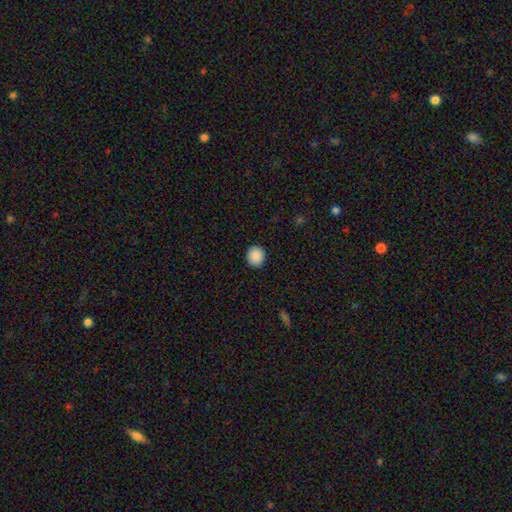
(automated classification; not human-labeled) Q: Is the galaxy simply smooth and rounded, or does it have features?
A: smooth — 90%.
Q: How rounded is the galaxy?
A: round — 88%.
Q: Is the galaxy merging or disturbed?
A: none — 93%.